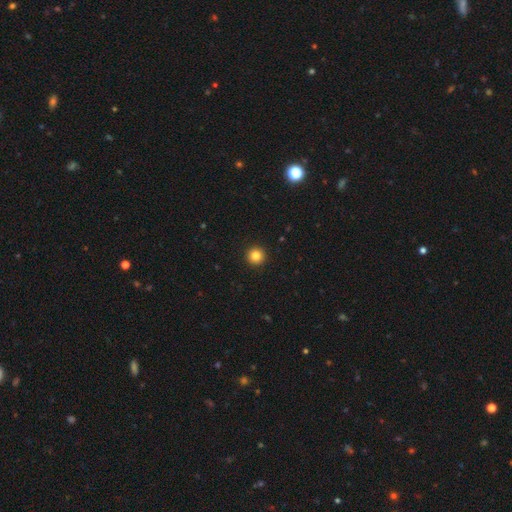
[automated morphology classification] smooth 84%, star or artifact 11%, featured or disk 5%. Down the decision tree: how rounded — round (96%); merging — none (94%).